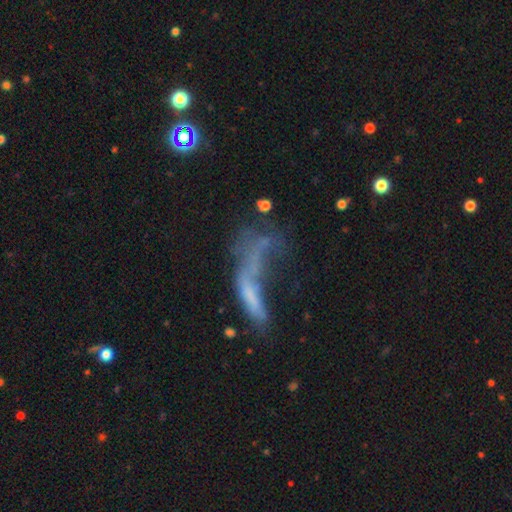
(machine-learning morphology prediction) Overall: featured or disk (43%; smooth 40%). Merging: major disturbance (47%; merger 23%).